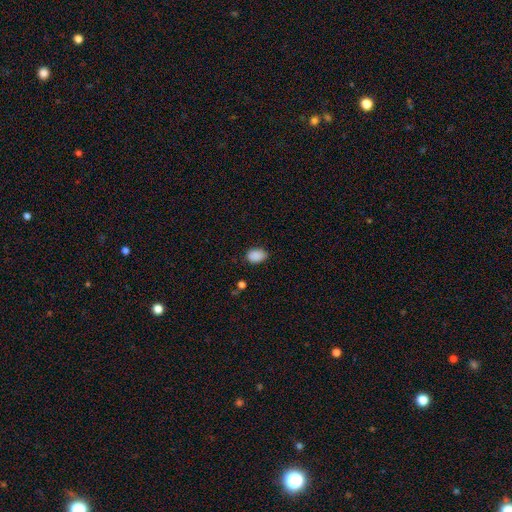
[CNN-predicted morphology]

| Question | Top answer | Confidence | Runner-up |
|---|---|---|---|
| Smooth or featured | smooth | 89% | star or artifact (8%) |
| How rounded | in between | 82% | round (17%) |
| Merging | none | 80% | minor disturbance (16%) |